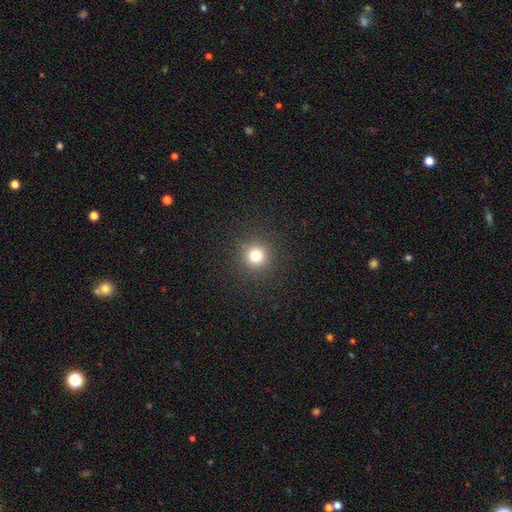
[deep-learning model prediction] Smooth or featured: smooth — 78% (star or artifact — 15%)
How rounded: round — 95% (in between — 4%)
Merging: none — 91% (minor disturbance — 5%)